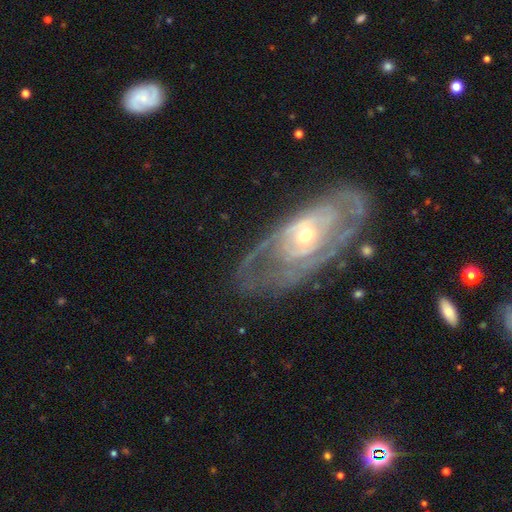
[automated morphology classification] Smooth or featured?
  - featured or disk: 82% *
  - smooth: 11%
  - star or artifact: 7%
Edge-on disk?
  - no: 90% *
  - yes: 10%
Bar?
  - no: 69% *
  - weak: 23%
  - strong: 8%
Spiral arms?
  - yes: 79% *
  - no: 21%
Spiral winding?
  - tight: 67% *
  - medium: 24%
  - loose: 8%
Spiral arm count?
  - can't tell: 50% *
  - 2: 27%
  - 3: 9%
  - 1: 5%
  - 4: 5%
  - more than 4: 4%
Bulge size?
  - small: 53% *
  - moderate: 42%
  - large: 3%
  - none: 1%
  - dominant: 1%
Merging?
  - none: 73% *
  - minor disturbance: 17%
  - major disturbance: 8%
  - merger: 2%